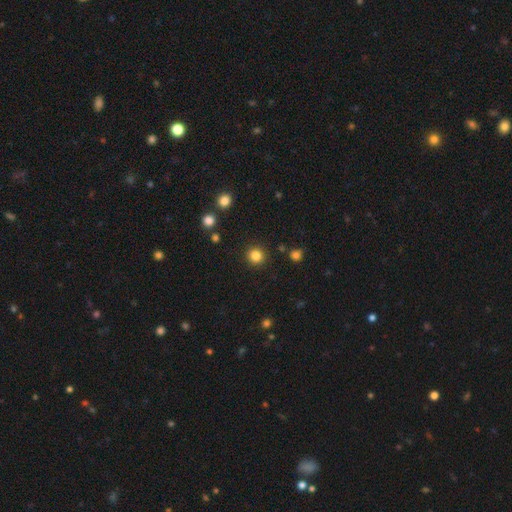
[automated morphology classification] Smooth or featured?
  - smooth: 84% *
  - star or artifact: 12%
  - featured or disk: 4%
How rounded?
  - round: 93% *
  - in between: 6%
  - cigar-shaped: 1%
Merging?
  - none: 91% *
  - minor disturbance: 5%
  - major disturbance: 2%
  - merger: 2%